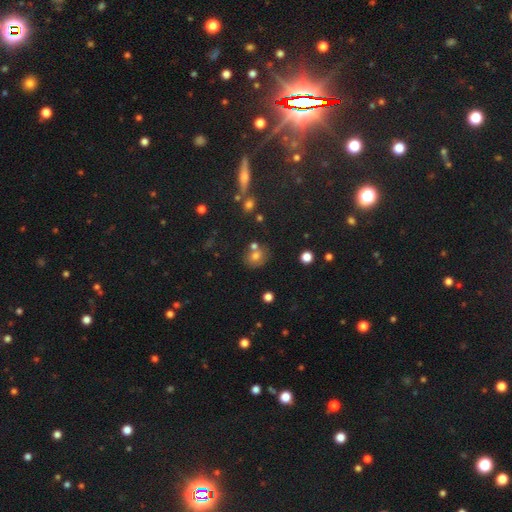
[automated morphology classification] A smooth galaxy with no disk features (70%) that is round (71%). Merging: none (62%).